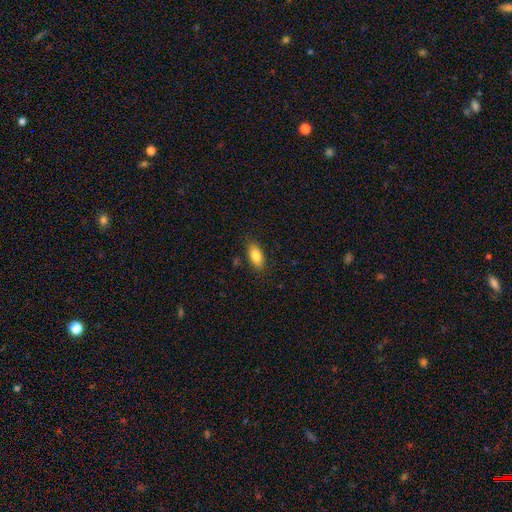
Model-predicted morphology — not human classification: Smooth or featured? Predicted: smooth (p=0.82). How rounded? Predicted: in between (p=0.87). Merging? Predicted: none (p=0.81).